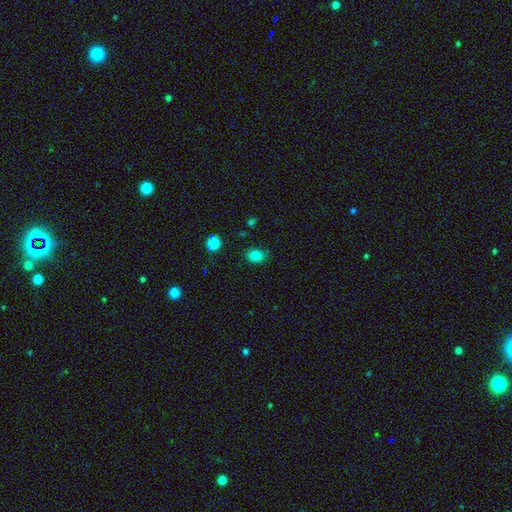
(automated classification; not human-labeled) Overall: smooth (83%). How rounded: in between (59%; round 40%). Merging: none (84%).